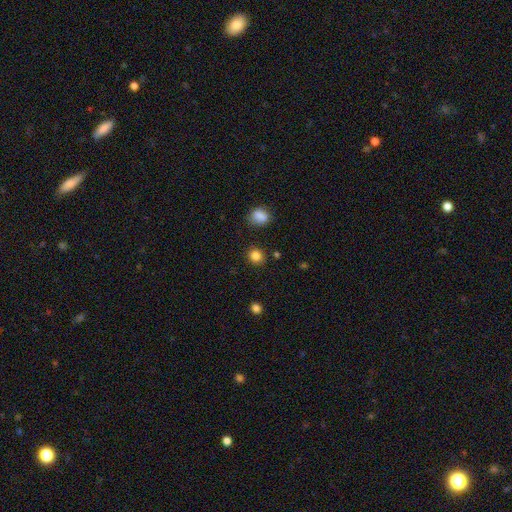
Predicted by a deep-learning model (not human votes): smooth-or-featured: smooth: 84% | star or artifact: 12% | featured or disk: 4%
  how-rounded: round: 78% | in between: 21% | cigar-shaped: 1%
  merging: none: 87% | minor disturbance: 8% | major disturbance: 3% | merger: 2%